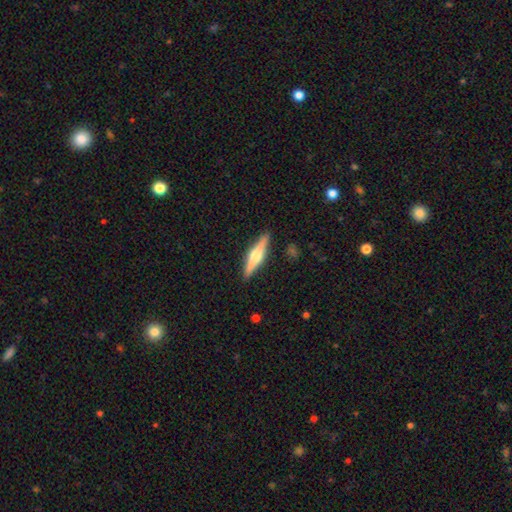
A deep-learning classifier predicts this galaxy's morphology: Q: Smooth or featured?
A: featured or disk (65%); runner-up: smooth (29%)
Q: Edge-on disk?
A: yes (97%); runner-up: no (3%)
Q: Edge-on bulge?
A: rounded (88%); runner-up: boxy (8%)
Q: Merging?
A: none (90%); runner-up: minor disturbance (7%)